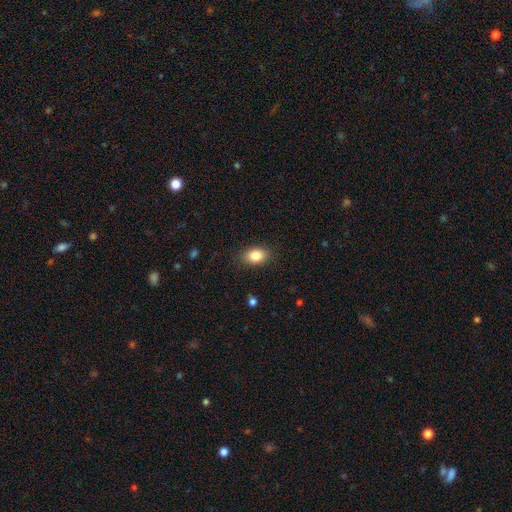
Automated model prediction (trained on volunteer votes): smooth-or-featured: smooth: 84% | star or artifact: 8% | featured or disk: 7%
  how-rounded: in between: 82% | round: 17% | cigar-shaped: 1%
  merging: none: 86% | minor disturbance: 10% | major disturbance: 3% | merger: 1%